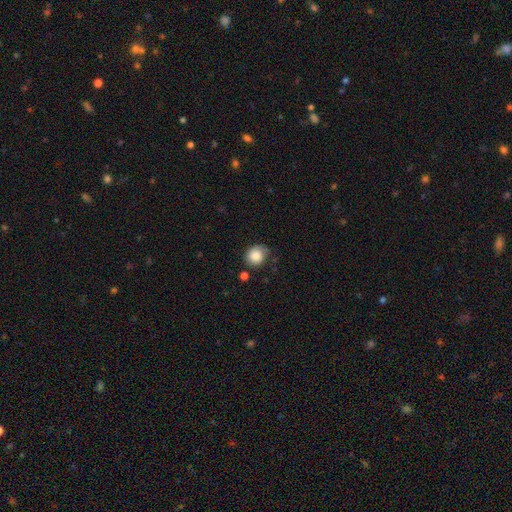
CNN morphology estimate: smooth 81%, featured or disk 10%, star or artifact 8%. Down the decision tree: how rounded — round (77%); merging — none (62%).